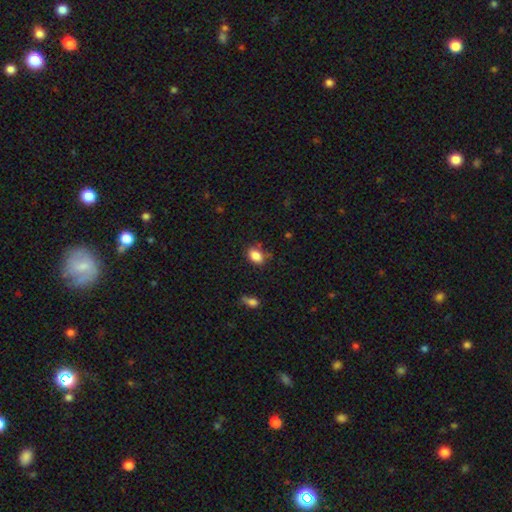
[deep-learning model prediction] Smooth or featured: smooth — 85% (star or artifact — 9%)
How rounded: in between — 84% (round — 14%)
Merging: none — 71% (minor disturbance — 21%)